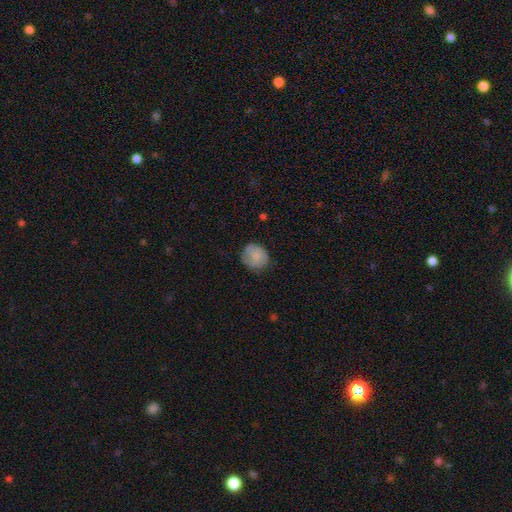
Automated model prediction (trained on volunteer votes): Q: Smooth or featured?
A: smooth (78%); runner-up: featured or disk (15%)
Q: How rounded?
A: round (80%); runner-up: in between (19%)
Q: Merging?
A: none (74%); runner-up: minor disturbance (20%)